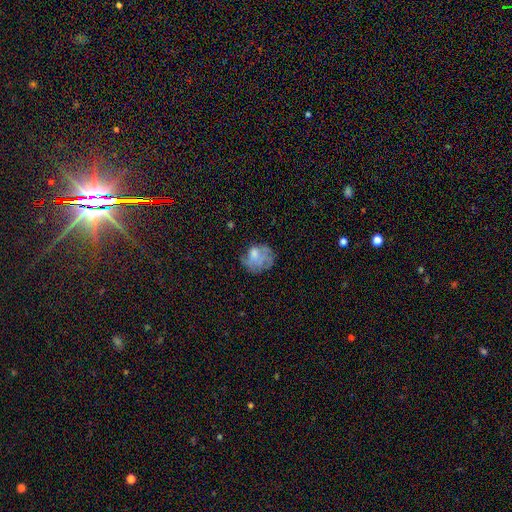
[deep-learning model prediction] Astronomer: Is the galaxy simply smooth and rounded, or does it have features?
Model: smooth — 50% (runner-up: featured or disk, 38%).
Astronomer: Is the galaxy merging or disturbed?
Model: none — 46% (runner-up: major disturbance, 26%).